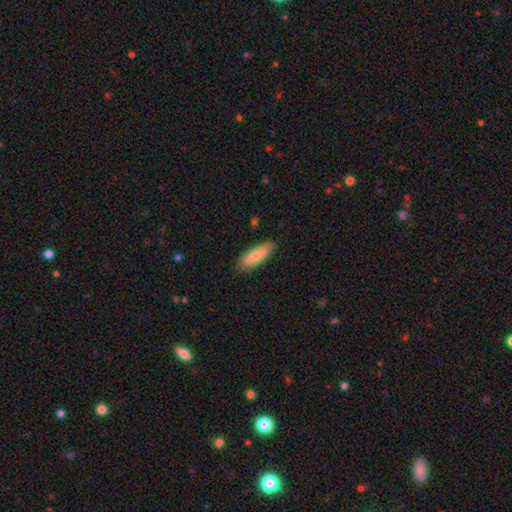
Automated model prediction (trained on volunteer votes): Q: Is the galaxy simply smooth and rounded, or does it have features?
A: smooth — 79%.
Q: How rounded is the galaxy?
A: in between — 53%.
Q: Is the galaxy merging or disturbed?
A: none — 84%.